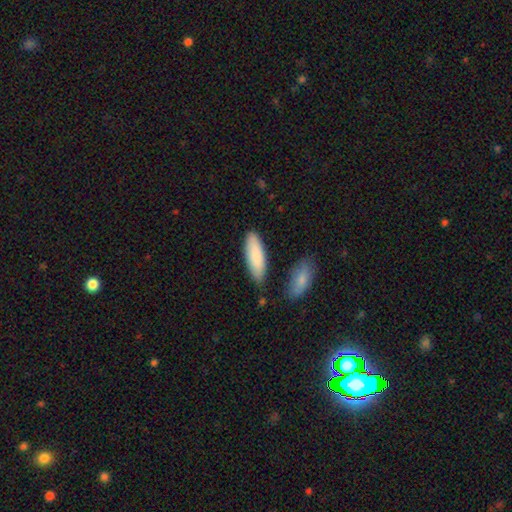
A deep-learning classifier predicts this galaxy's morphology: smooth-or-featured: smooth: 85% | featured or disk: 10% | star or artifact: 5%
  how-rounded: in between: 58% | cigar-shaped: 41% | round: 2%
  merging: none: 78% | minor disturbance: 14% | merger: 5% | major disturbance: 3%